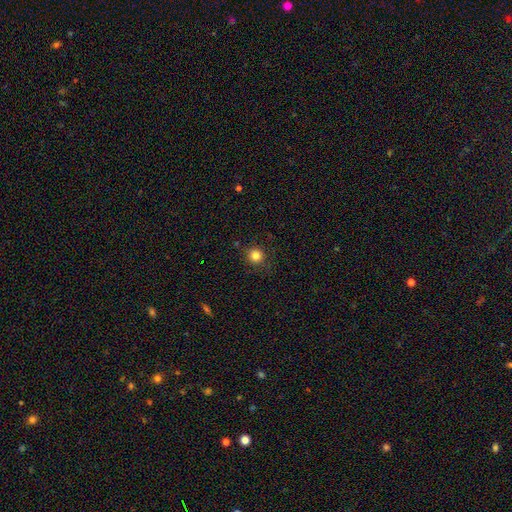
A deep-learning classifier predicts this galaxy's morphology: Smooth or featured? Predicted: smooth (p=0.83). How rounded? Predicted: round (p=0.93). Merging? Predicted: none (p=0.88).